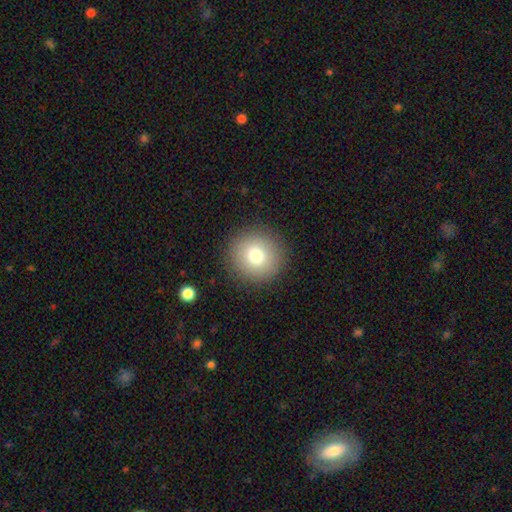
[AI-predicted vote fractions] Smooth or featured? Predicted: smooth (p=0.78). How rounded? Predicted: round (p=0.95). Merging? Predicted: none (p=0.90).